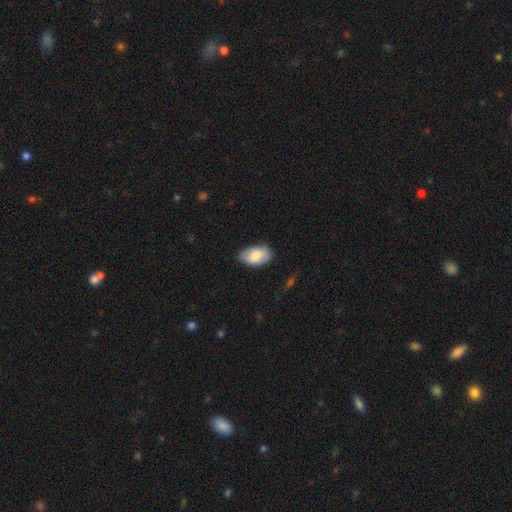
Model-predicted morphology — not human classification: smooth_or_featured: smooth (p=0.81) [alt: featured or disk p=0.13]
how_rounded: in between (p=0.94) [alt: round p=0.05]
merging: none (p=0.73) [alt: minor disturbance p=0.22]